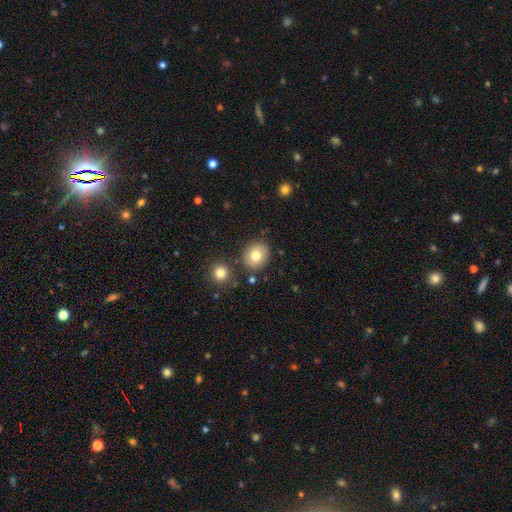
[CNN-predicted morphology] type=smooth (81%); roundness=round (74%); merging=none (82%).